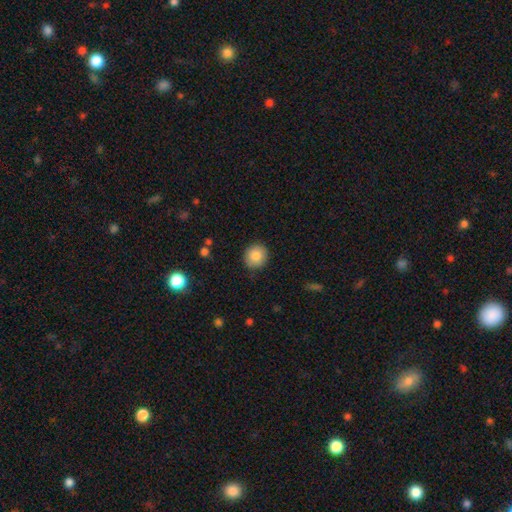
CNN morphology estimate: A smooth galaxy with no disk features (85%) that is round (86%).

Vote fractions:
- Smooth or featured? smooth: 85% / star or artifact: 8% / featured or disk: 7%
- How rounded? round: 86% / in between: 13% / cigar-shaped: 1%
- Merging? none: 88% / minor disturbance: 8% / major disturbance: 2% / merger: 1%